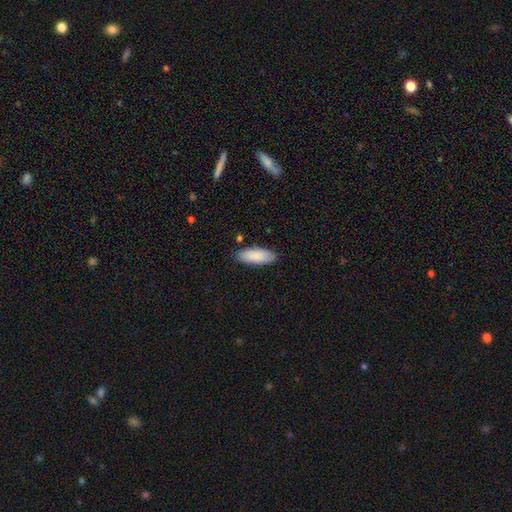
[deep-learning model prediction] Morphology: type=smooth (88%); roundness=in between (79%); merging=none (85%).